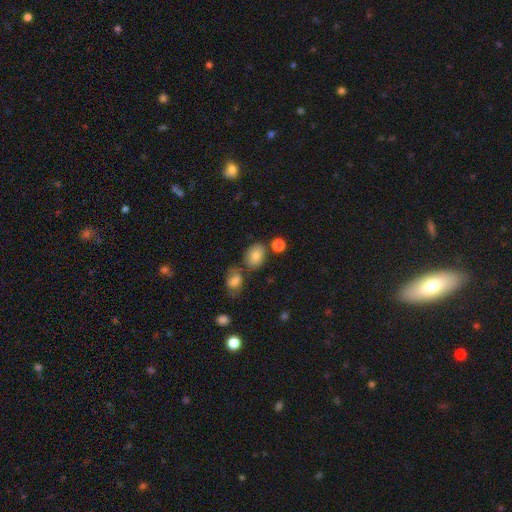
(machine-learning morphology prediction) A smooth galaxy with no disk features (80%) that is in between round and cigar-shaped (68%). Merging: none (67%).